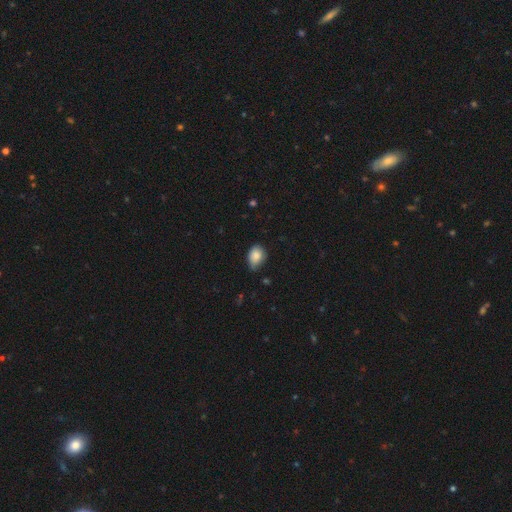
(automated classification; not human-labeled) A smooth galaxy with no disk features (85%) that is in between round and cigar-shaped (71%).

Vote fractions:
- Smooth or featured? smooth: 85% / star or artifact: 8% / featured or disk: 7%
- How rounded? in between: 71% / round: 28% / cigar-shaped: 1%
- Merging? none: 54% / minor disturbance: 39% / major disturbance: 5% / merger: 2%